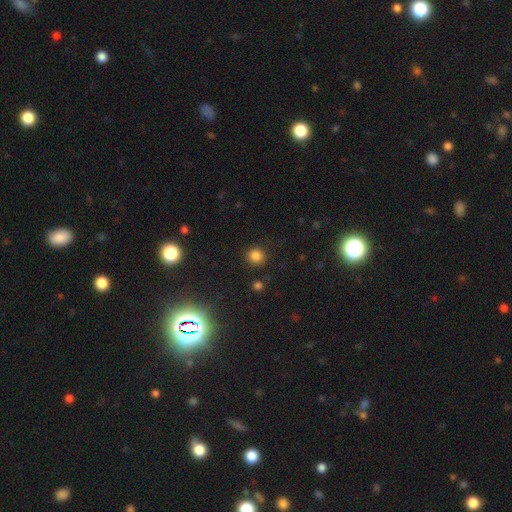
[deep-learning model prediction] Smooth or featured?
  - smooth: 80% *
  - star or artifact: 15%
  - featured or disk: 5%
How rounded?
  - round: 88% *
  - in between: 11%
  - cigar-shaped: 1%
Merging?
  - none: 87% *
  - minor disturbance: 8%
  - major disturbance: 3%
  - merger: 2%